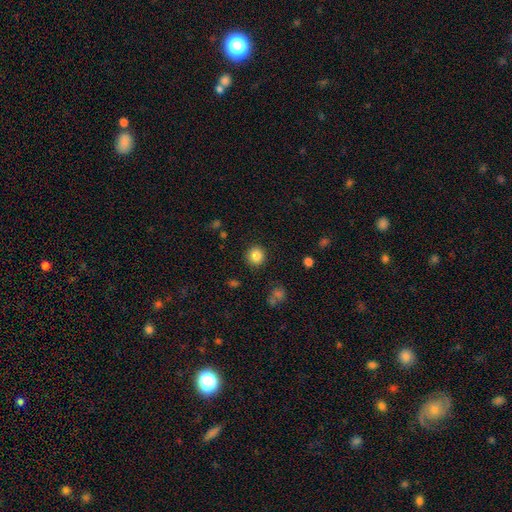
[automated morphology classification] Smooth or featured: smooth — 85% (star or artifact — 10%)
How rounded: round — 91% (in between — 8%)
Merging: none — 90% (minor disturbance — 6%)